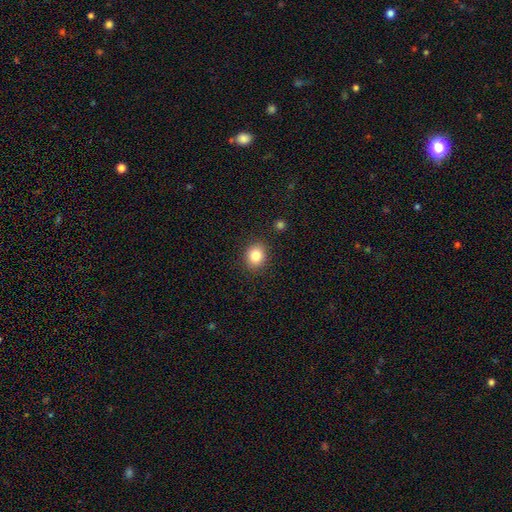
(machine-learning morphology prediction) smooth_or_featured: smooth (p=0.83) [alt: star or artifact p=0.10]
how_rounded: round (p=0.68) [alt: in between p=0.31]
merging: none (p=0.89) [alt: minor disturbance p=0.07]